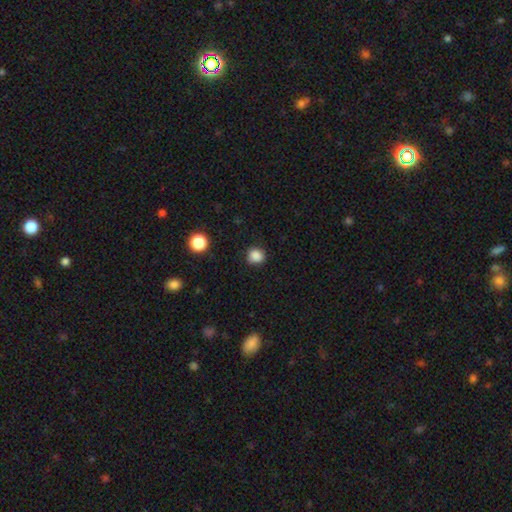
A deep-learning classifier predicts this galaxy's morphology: smooth_or_featured: smooth (p=0.85) [alt: star or artifact p=0.12]
how_rounded: round (p=0.84) [alt: in between p=0.15]
merging: none (p=0.84) [alt: minor disturbance p=0.12]